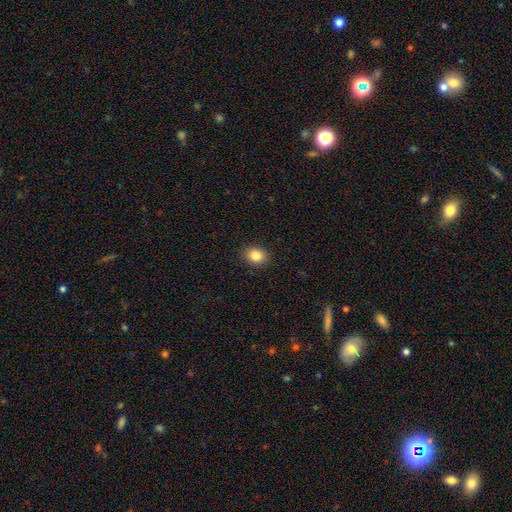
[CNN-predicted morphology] Smooth or featured?
  - smooth: 85% *
  - star or artifact: 10%
  - featured or disk: 5%
How rounded?
  - round: 64% *
  - in between: 35%
  - cigar-shaped: 1%
Merging?
  - none: 90% *
  - minor disturbance: 7%
  - major disturbance: 2%
  - merger: 1%